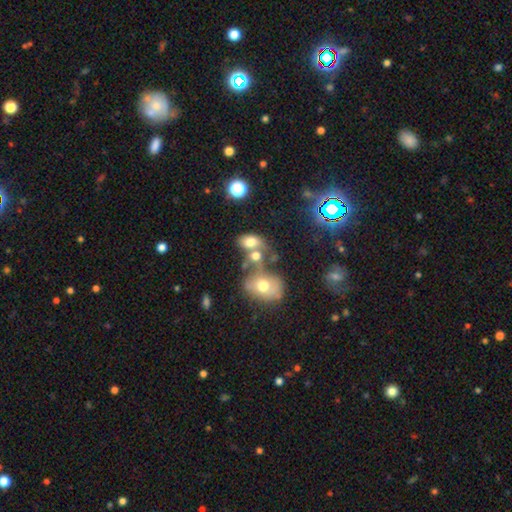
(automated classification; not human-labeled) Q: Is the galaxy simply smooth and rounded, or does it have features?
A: smooth — 66%.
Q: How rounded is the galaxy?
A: in between — 77%.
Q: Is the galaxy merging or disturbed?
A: merger — 55%.